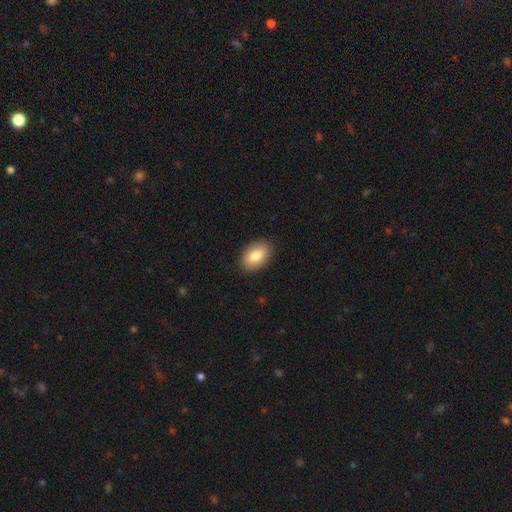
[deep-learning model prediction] smooth 82%, featured or disk 11%, star or artifact 7%. Down the decision tree: how rounded — in between (90%); merging — none (89%).